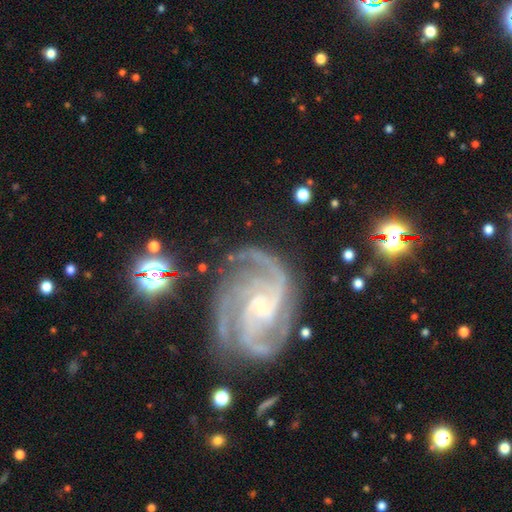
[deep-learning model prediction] Q: Smooth or featured?
A: featured or disk (92%); runner-up: star or artifact (5%)
Q: Edge-on disk?
A: no (98%); runner-up: yes (2%)
Q: Bar?
A: no (55%); runner-up: weak (33%)
Q: Spiral arms?
A: yes (99%); runner-up: no (1%)
Q: Spiral winding?
A: tight (49%); runner-up: medium (44%)
Q: Spiral arm count?
A: 3 (34%); runner-up: 2 (20%)
Q: Bulge size?
A: small (82%); runner-up: moderate (13%)
Q: Merging?
A: none (73%); runner-up: minor disturbance (17%)